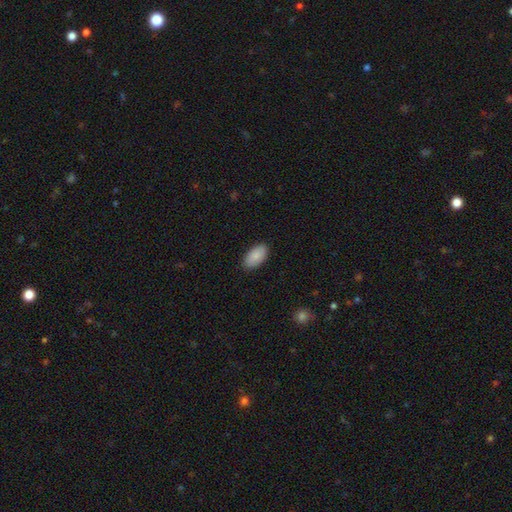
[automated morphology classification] Smooth or featured: smooth — 88% (star or artifact — 6%)
How rounded: in between — 95% (round — 3%)
Merging: none — 88% (minor disturbance — 9%)